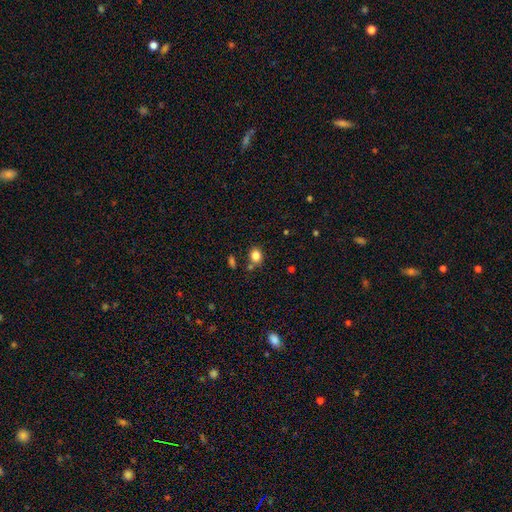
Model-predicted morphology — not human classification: smooth-or-featured: smooth: 83% | star or artifact: 11% | featured or disk: 6%
  how-rounded: round: 60% | in between: 39% | cigar-shaped: 1%
  merging: none: 72% | minor disturbance: 13% | merger: 11% | major disturbance: 4%